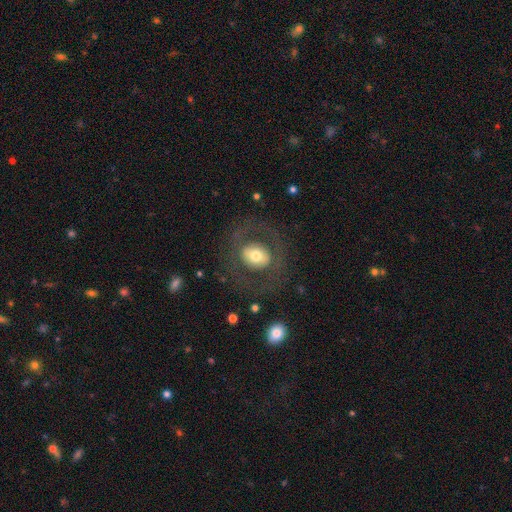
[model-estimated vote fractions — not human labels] Smooth or featured? smooth (49%)
Merging? none (75%)